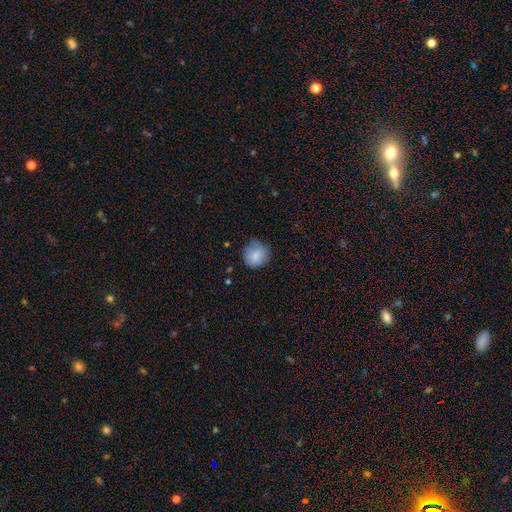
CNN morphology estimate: A smooth galaxy with no disk features (83%) that is round (87%). Merging: none (70%).